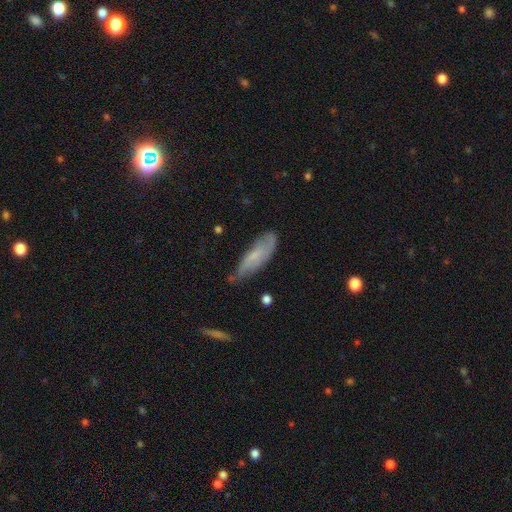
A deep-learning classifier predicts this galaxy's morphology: type=smooth (56%); roundness=in between (53%); merging=none (55%).